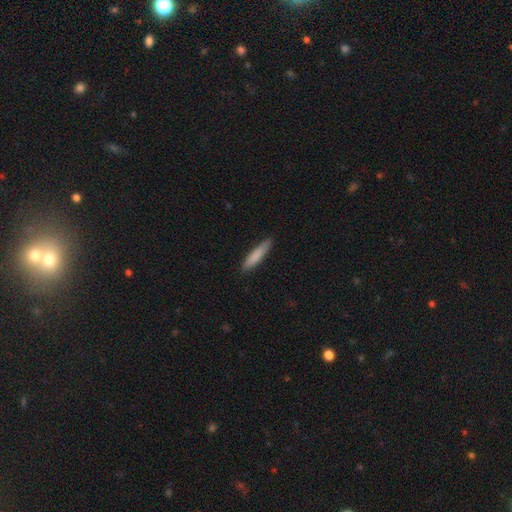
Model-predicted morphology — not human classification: Smooth or featured: smooth — 82% (featured or disk — 12%)
How rounded: cigar-shaped — 87% (in between — 12%)
Merging: none — 86% (minor disturbance — 11%)